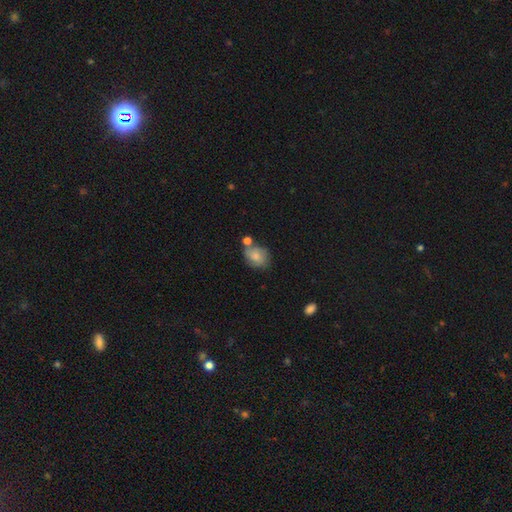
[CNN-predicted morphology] Smooth or featured?
  - smooth: 78% *
  - featured or disk: 14%
  - star or artifact: 8%
How rounded?
  - in between: 62% *
  - round: 36%
  - cigar-shaped: 1%
Merging?
  - none: 53% *
  - minor disturbance: 22%
  - merger: 18%
  - major disturbance: 7%